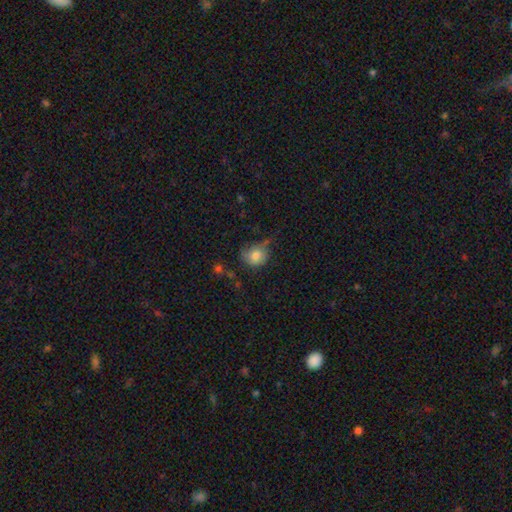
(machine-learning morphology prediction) smooth 79%, featured or disk 12%, star or artifact 10%. Down the decision tree: how rounded — round (76%); merging — none (52%).